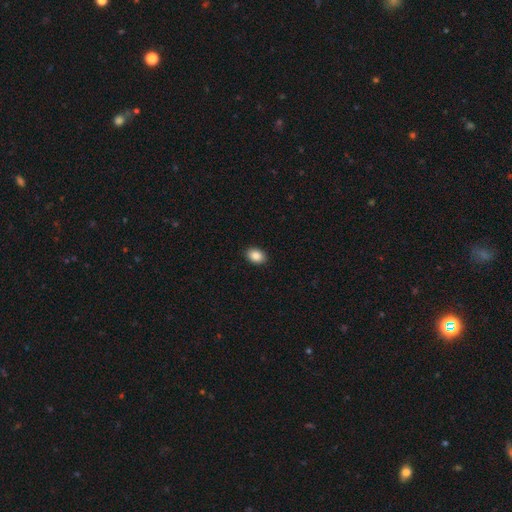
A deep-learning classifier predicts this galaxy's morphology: Q: Smooth or featured?
A: smooth (87%); runner-up: star or artifact (8%)
Q: How rounded?
A: in between (79%); runner-up: round (20%)
Q: Merging?
A: none (91%); runner-up: minor disturbance (6%)